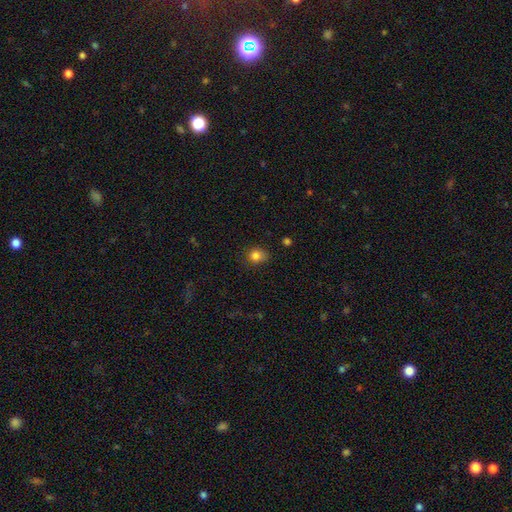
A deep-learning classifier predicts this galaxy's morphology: This appears to be a smooth galaxy with no disk features (82%) that is round (66%). Merging: none (69%).